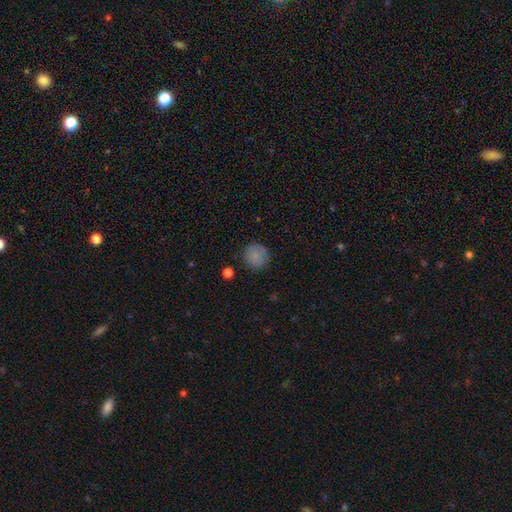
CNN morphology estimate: Q: Smooth or featured?
A: smooth (83%); runner-up: star or artifact (10%)
Q: How rounded?
A: round (92%); runner-up: in between (7%)
Q: Merging?
A: none (84%); runner-up: minor disturbance (11%)